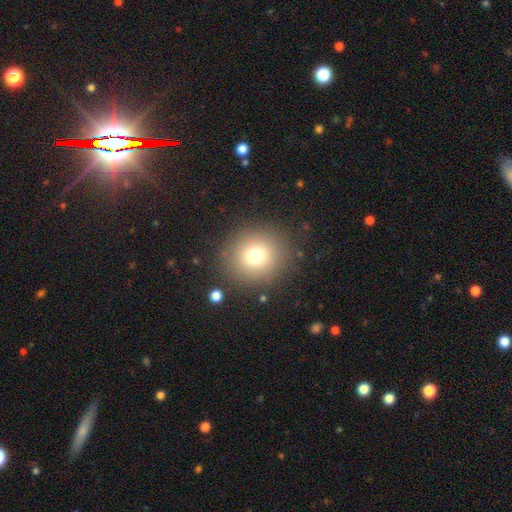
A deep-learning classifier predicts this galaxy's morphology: Q: Smooth or featured?
A: smooth (75%); runner-up: star or artifact (14%)
Q: How rounded?
A: round (88%); runner-up: in between (11%)
Q: Merging?
A: none (86%); runner-up: minor disturbance (8%)